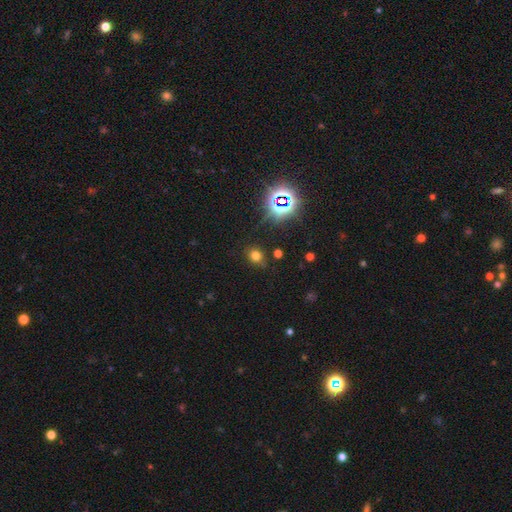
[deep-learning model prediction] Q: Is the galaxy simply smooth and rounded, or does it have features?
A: smooth — 65%.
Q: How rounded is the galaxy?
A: round — 68%.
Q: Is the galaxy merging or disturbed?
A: none — 79%.